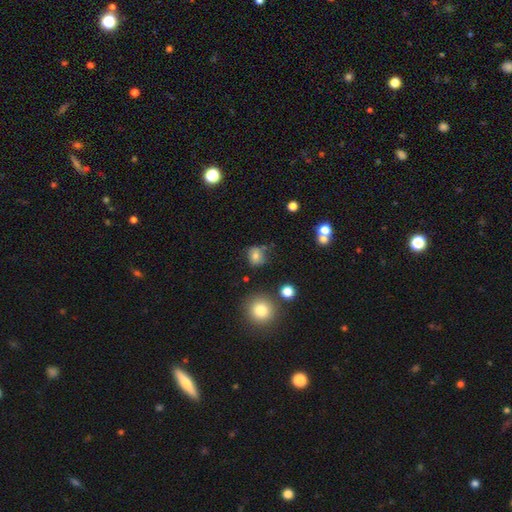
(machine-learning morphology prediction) This appears to be a smooth galaxy with no disk features (75%) that is round (73%). Merging: none (69%).